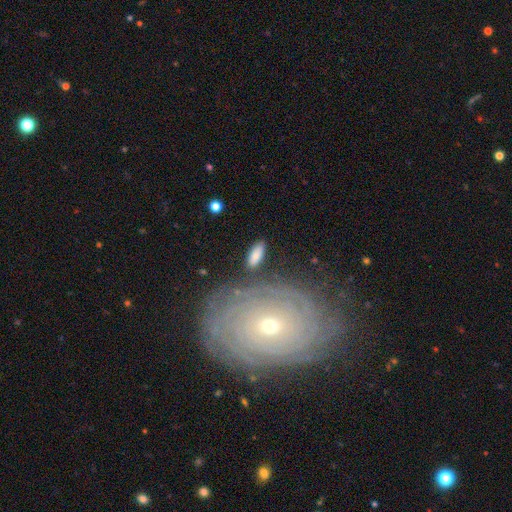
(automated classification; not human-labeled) Smooth or featured: smooth — 81% (featured or disk — 13%)
How rounded: in between — 79% (cigar-shaped — 18%)
Merging: none — 80% (minor disturbance — 12%)